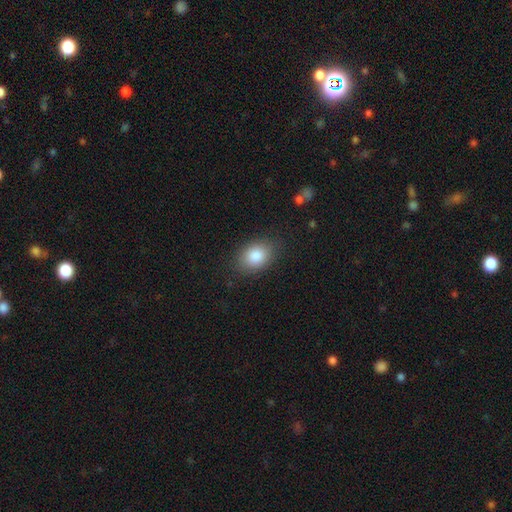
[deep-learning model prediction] A smooth galaxy with no disk features (85%) that is in between round and cigar-shaped (73%). Merging: none (83%).